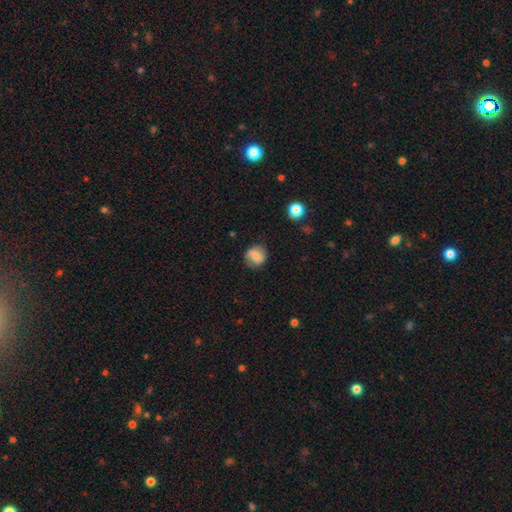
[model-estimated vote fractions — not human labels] Smooth or featured? smooth (64%)
How rounded? round (71%)
Merging? none (73%)